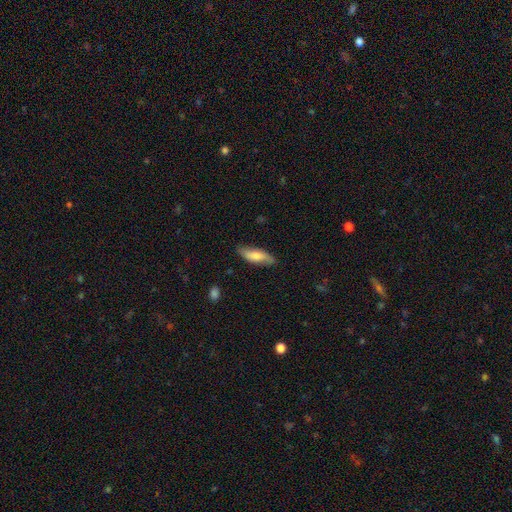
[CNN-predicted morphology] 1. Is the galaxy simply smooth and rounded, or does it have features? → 71% smooth, 23% featured or disk, 6% star or artifact.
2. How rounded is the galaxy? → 59% in between, 39% cigar-shaped, 2% round.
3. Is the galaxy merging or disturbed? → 79% none, 17% minor disturbance, 3% major disturbance, 1% merger.